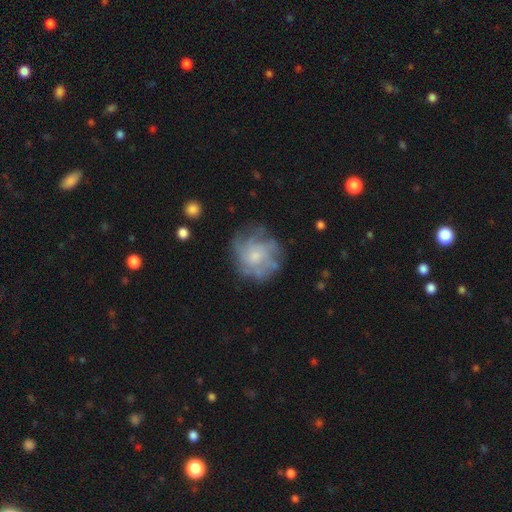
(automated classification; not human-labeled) Smooth or featured?
  - featured or disk: 64% *
  - smooth: 27%
  - star or artifact: 9%
Edge-on disk?
  - no: 98% *
  - yes: 2%
Bar?
  - no: 82% *
  - weak: 16%
  - strong: 2%
Spiral arms?
  - yes: 75% *
  - no: 25%
Bulge size?
  - small: 47% *
  - moderate: 41%
  - none: 7%
  - large: 4%
  - dominant: 1%
Merging?
  - none: 68% *
  - minor disturbance: 18%
  - major disturbance: 12%
  - merger: 2%